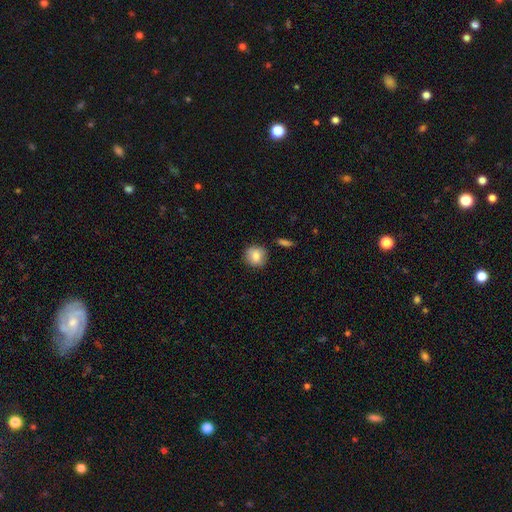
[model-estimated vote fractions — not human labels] Smooth or featured? smooth (82%)
How rounded? round (88%)
Merging? none (86%)